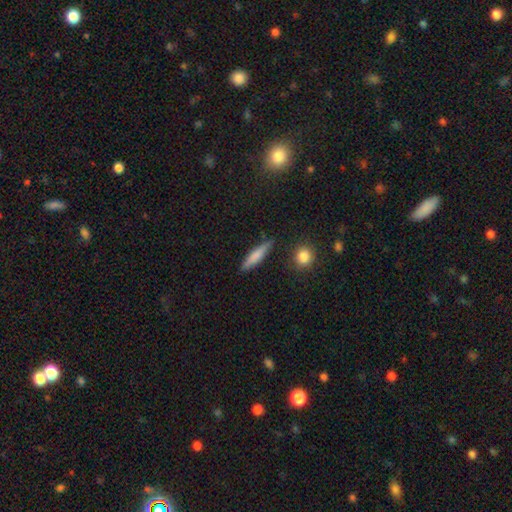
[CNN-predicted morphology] Q: Smooth or featured?
A: smooth (73%); runner-up: featured or disk (20%)
Q: How rounded?
A: cigar-shaped (83%); runner-up: in between (15%)
Q: Merging?
A: none (83%); runner-up: minor disturbance (12%)